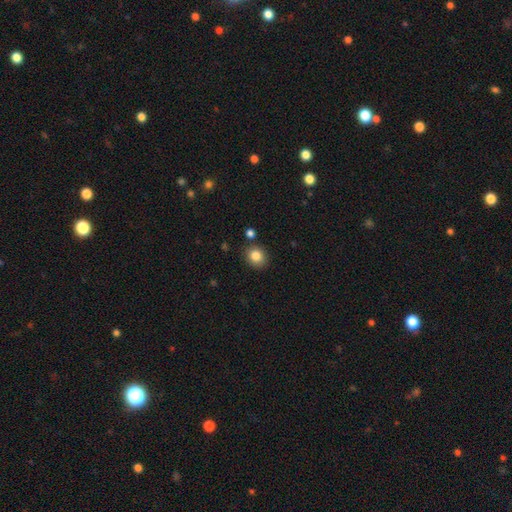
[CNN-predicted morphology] Q: Smooth or featured?
A: smooth (84%); runner-up: star or artifact (10%)
Q: How rounded?
A: round (70%); runner-up: in between (29%)
Q: Merging?
A: none (85%); runner-up: minor disturbance (9%)